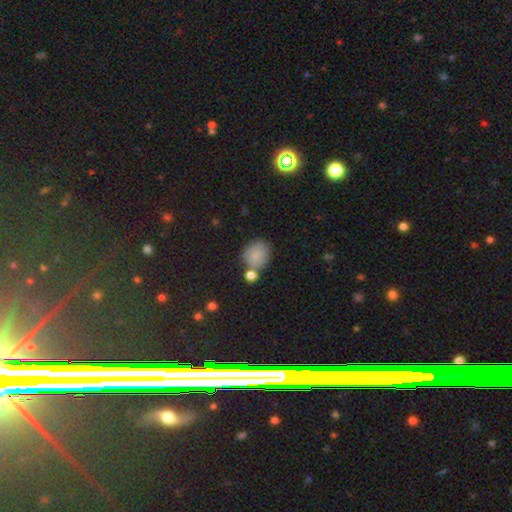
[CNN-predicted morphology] Q: Smooth or featured?
A: smooth (82%); runner-up: star or artifact (10%)
Q: How rounded?
A: round (67%); runner-up: in between (32%)
Q: Merging?
A: none (59%); runner-up: merger (21%)